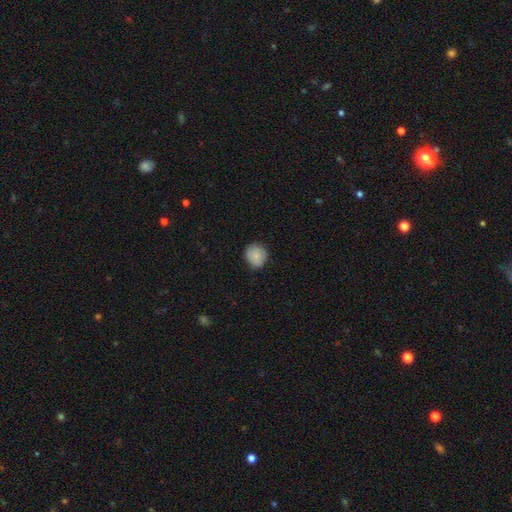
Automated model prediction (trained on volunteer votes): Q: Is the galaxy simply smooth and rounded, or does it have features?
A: smooth — 83%.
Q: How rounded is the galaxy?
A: round — 82%.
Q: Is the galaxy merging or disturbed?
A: none — 82%.